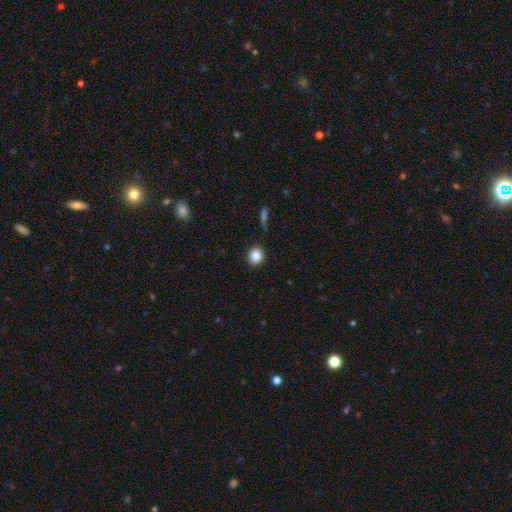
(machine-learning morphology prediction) Smooth or featured? smooth (85%)
How rounded? round (65%)
Merging? none (87%)